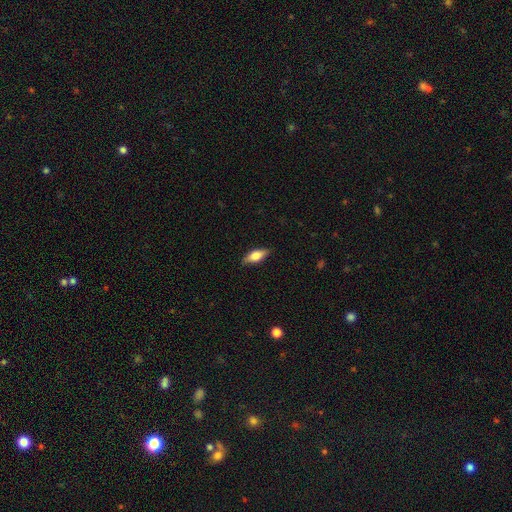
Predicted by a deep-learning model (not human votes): This appears to be a smooth galaxy with no disk features (70%) that is in between round and cigar-shaped (73%). Merging: none (84%).